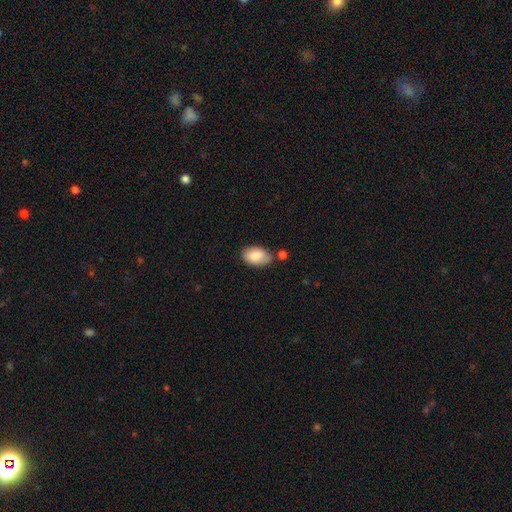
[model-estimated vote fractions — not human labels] This is clearly a smooth galaxy (85%). How rounded: clearly in between (93%). Merging: likely none (70%).